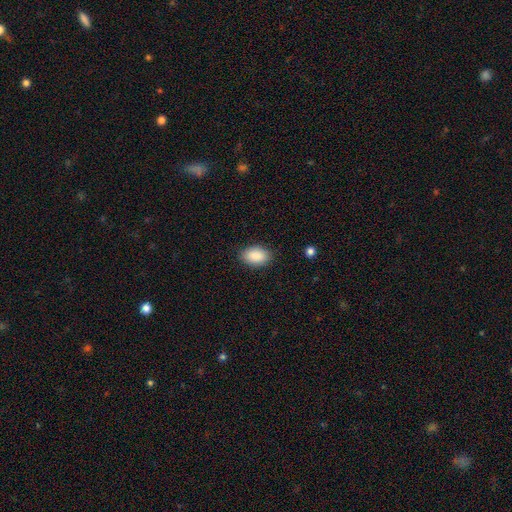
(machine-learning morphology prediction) Smooth or featured: smooth — 90% (star or artifact — 7%)
How rounded: in between — 90% (round — 8%)
Merging: none — 87% (minor disturbance — 9%)